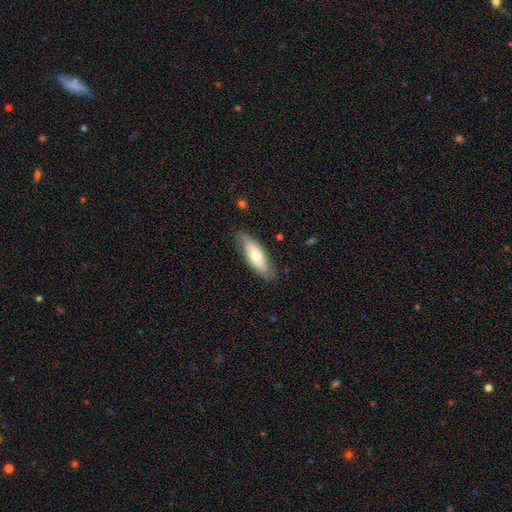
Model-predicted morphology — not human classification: A smooth galaxy with no disk features (64%) that is in between round and cigar-shaped (59%). Merging: none (79%).